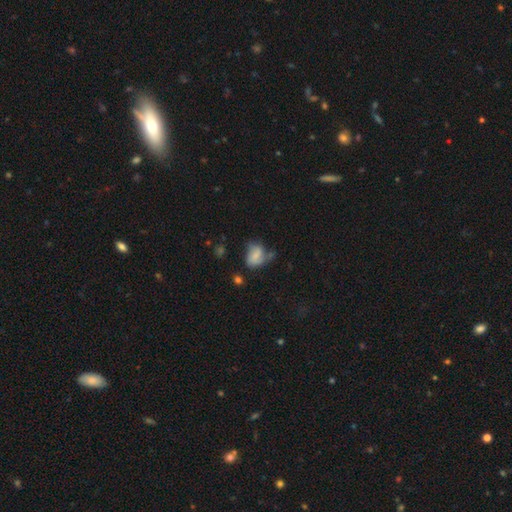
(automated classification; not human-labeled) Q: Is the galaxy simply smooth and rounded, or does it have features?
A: smooth — 58%.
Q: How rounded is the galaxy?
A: in between — 69%.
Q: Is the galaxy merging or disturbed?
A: none — 35%.